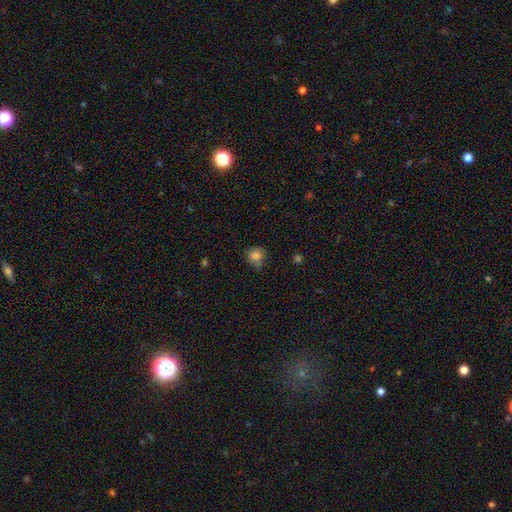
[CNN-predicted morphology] Q: Smooth or featured?
A: smooth (80%); runner-up: star or artifact (12%)
Q: How rounded?
A: round (77%); runner-up: in between (22%)
Q: Merging?
A: none (61%); runner-up: minor disturbance (28%)